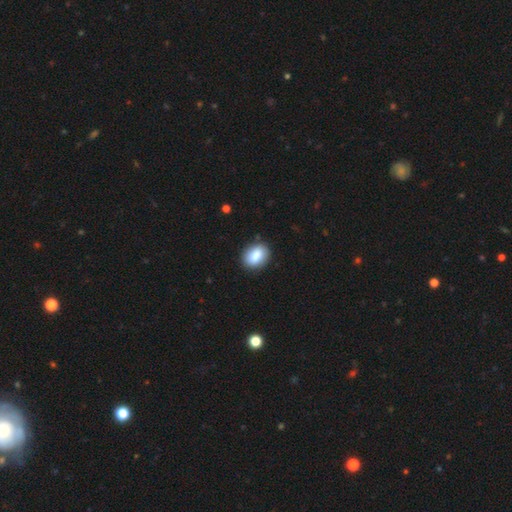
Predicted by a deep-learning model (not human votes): A smooth galaxy with no disk features (85%) that is in between round and cigar-shaped (74%).

Vote fractions:
- Smooth or featured? smooth: 85% / featured or disk: 8% / star or artifact: 7%
- How rounded? in between: 74% / round: 25% / cigar-shaped: 1%
- Merging? none: 85% / minor disturbance: 10% / major disturbance: 2% / merger: 2%